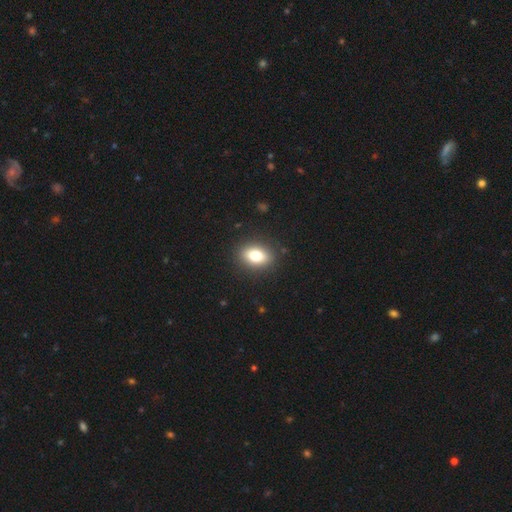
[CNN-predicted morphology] Q: Smooth or featured?
A: smooth (77%); runner-up: featured or disk (13%)
Q: How rounded?
A: in between (74%); runner-up: round (24%)
Q: Merging?
A: none (88%); runner-up: minor disturbance (8%)